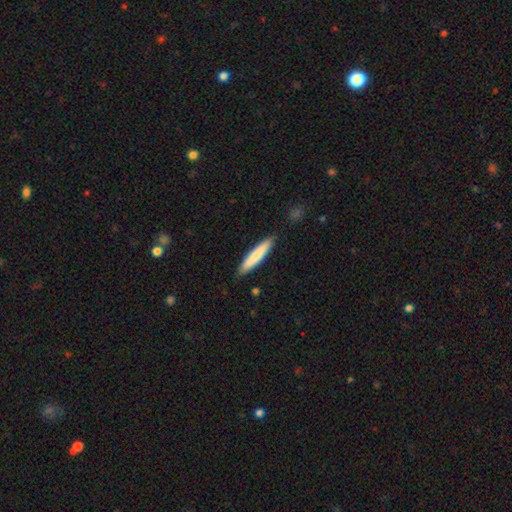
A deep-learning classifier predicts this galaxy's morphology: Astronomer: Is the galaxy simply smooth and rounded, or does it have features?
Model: smooth — 78%.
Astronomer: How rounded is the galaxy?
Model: cigar-shaped — 89%.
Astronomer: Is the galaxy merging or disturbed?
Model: none — 88%.